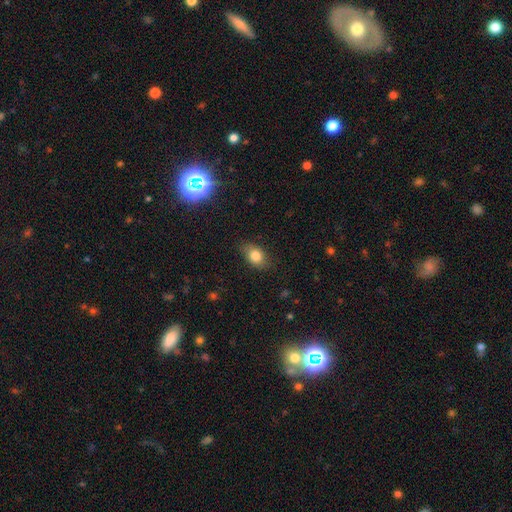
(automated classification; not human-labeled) This is clearly a smooth galaxy (81%). How rounded: likely in between (78%). Merging: clearly none (80%).